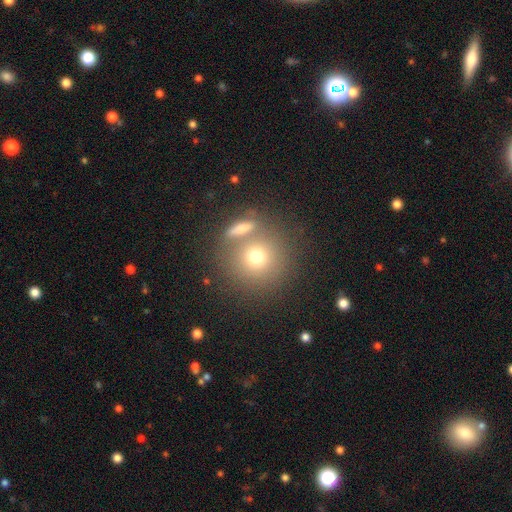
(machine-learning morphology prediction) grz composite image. It shows a smooth galaxy with no disk features (69%) that is round (92%). Merging: none (63%).